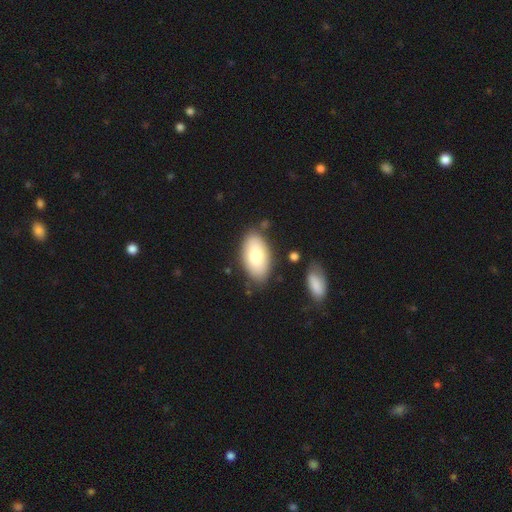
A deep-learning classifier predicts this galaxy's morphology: Smooth or featured? Predicted: smooth (p=0.78). How rounded? Predicted: in between (p=0.95). Merging? Predicted: none (p=0.81).